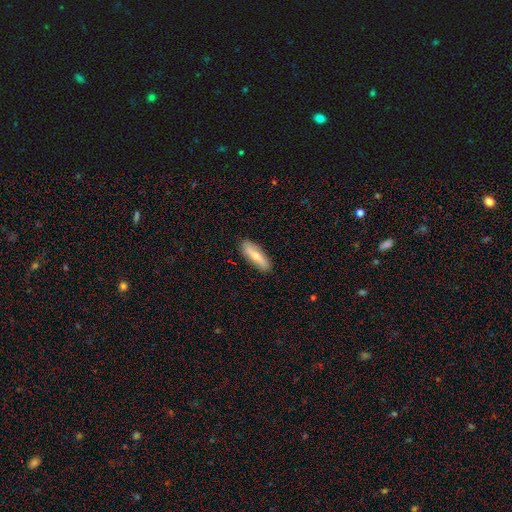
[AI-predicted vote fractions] Q: Smooth or featured?
A: smooth (59%); runner-up: featured or disk (35%)
Q: How rounded?
A: cigar-shaped (58%); runner-up: in between (40%)
Q: Merging?
A: none (87%); runner-up: minor disturbance (10%)